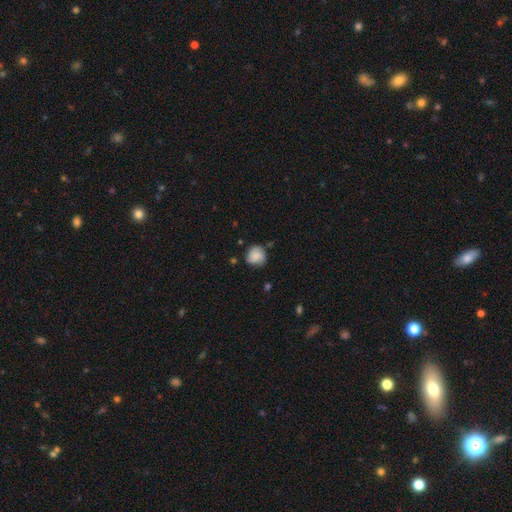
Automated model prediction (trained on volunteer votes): Overall: smooth (69%). How rounded: round (82%). Merging: none (65%).